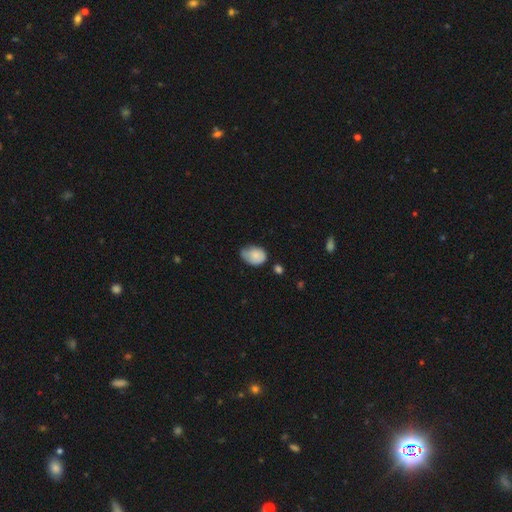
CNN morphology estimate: Smooth or featured: smooth — 81% (featured or disk — 11%)
How rounded: in between — 72% (round — 27%)
Merging: minor disturbance — 48% (none — 37%)